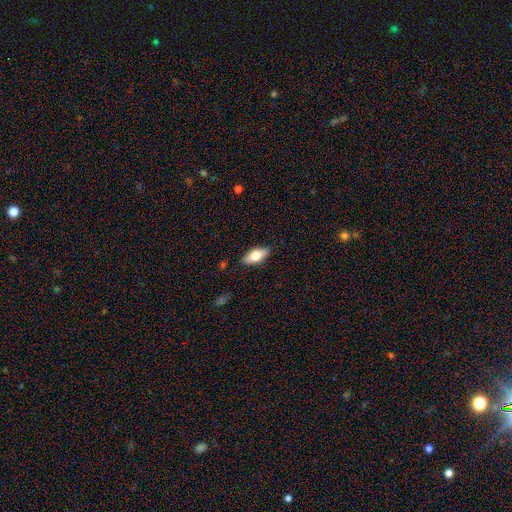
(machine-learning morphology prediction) Overall: smooth (73%). How rounded: in between (86%). Merging: none (87%).